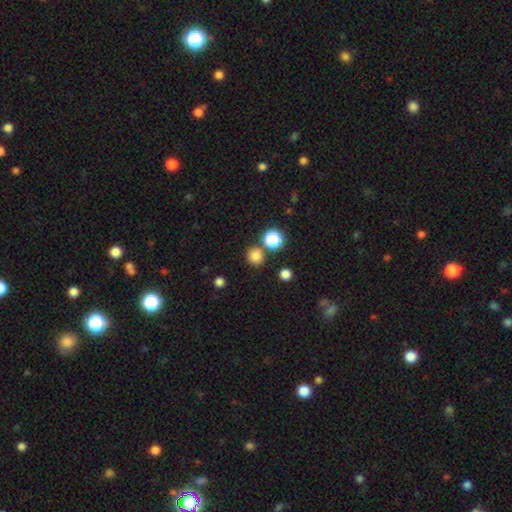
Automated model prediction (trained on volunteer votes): Smooth or featured? smooth (79%)
How rounded? round (87%)
Merging? none (79%)